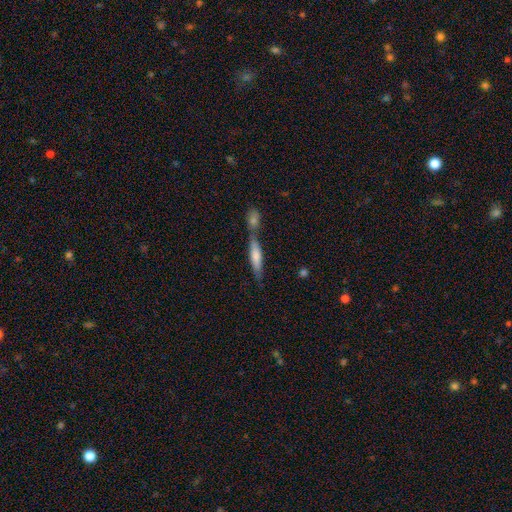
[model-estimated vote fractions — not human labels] This is possibly a smooth galaxy (54%). How rounded: clearly cigar-shaped (82%). Merging: possibly none (49%).